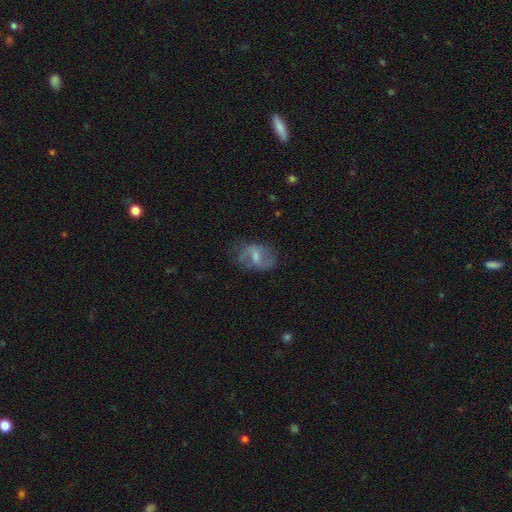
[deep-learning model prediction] Overall: featured or disk (60%; smooth 31%). Edge-on disk: no (95%). Bar: weak (53%; no 26%). Spiral arms: yes (77%). Bulge size: moderate (42%; small 35%). Merging: none (67%).